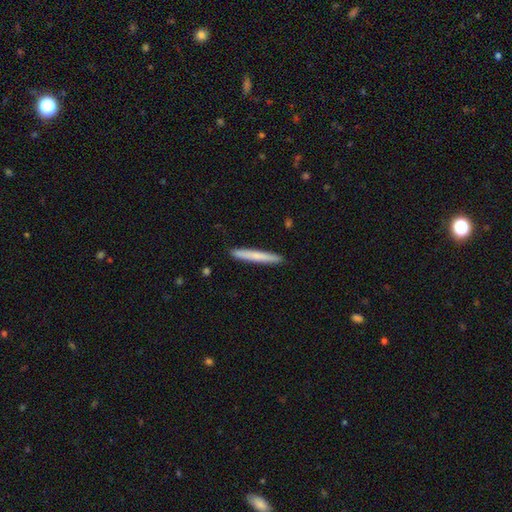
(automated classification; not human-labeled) This is likely a smooth galaxy (70%). How rounded: clearly cigar-shaped (96%). Merging: clearly none (92%).